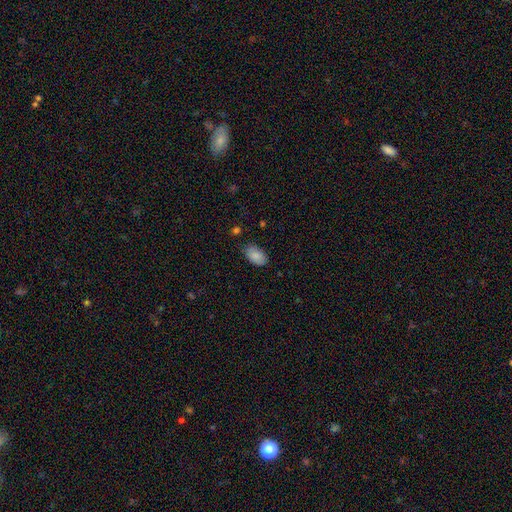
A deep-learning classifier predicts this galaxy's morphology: Q: Smooth or featured?
A: smooth (86%); runner-up: featured or disk (7%)
Q: How rounded?
A: in between (93%); runner-up: round (6%)
Q: Merging?
A: none (80%); runner-up: minor disturbance (15%)